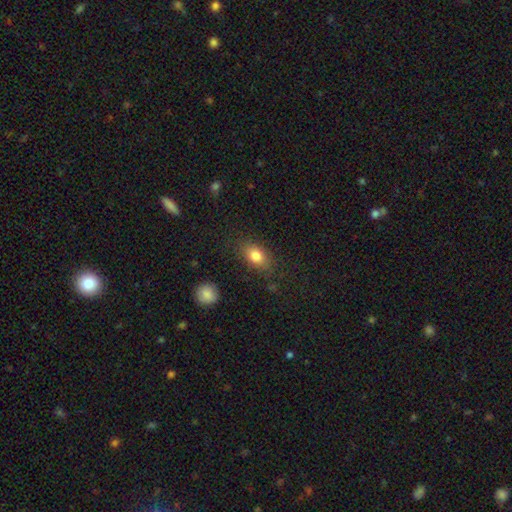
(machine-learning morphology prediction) Smooth or featured? Predicted: smooth (p=0.82). How rounded? Predicted: in between (p=0.79). Merging? Predicted: none (p=0.80).